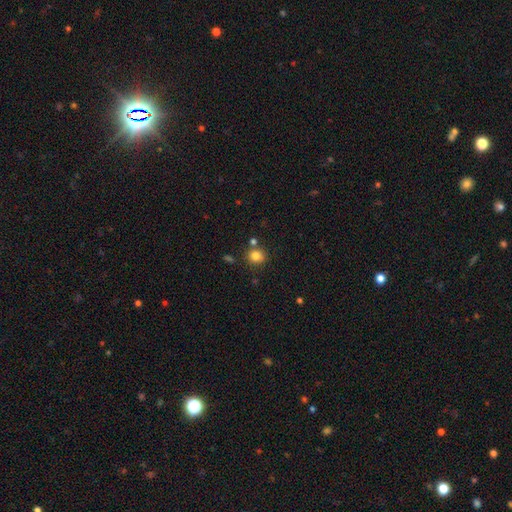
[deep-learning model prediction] smooth 82%, star or artifact 12%, featured or disk 6%. Down the decision tree: how rounded — round (84%); merging — none (78%).